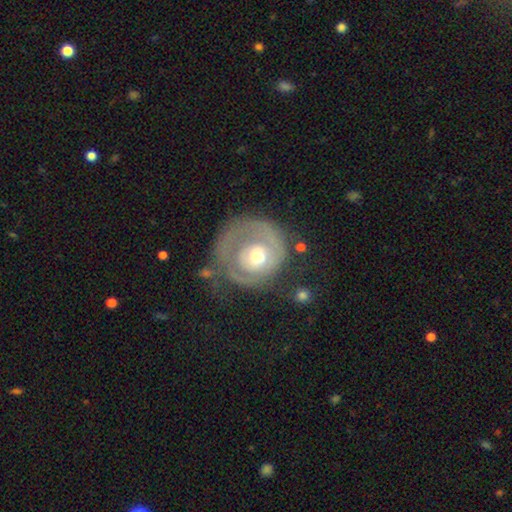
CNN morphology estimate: Smooth or featured? featured or disk (68%)
Edge-on disk? no (97%)
Bar? no (78%)
Spiral arms? yes (63%)
Bulge size? moderate (67%)
Merging? none (44%)